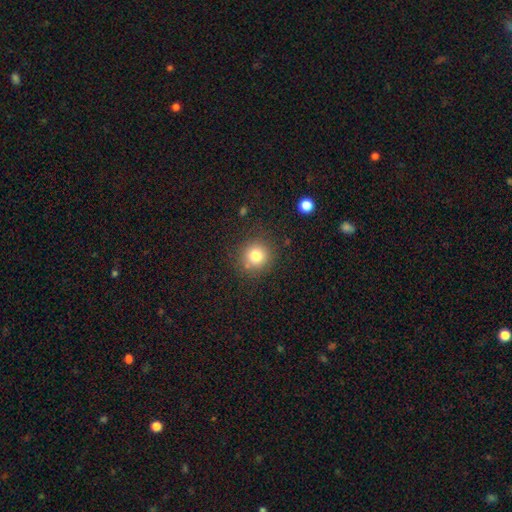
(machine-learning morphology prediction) type=smooth (80%); roundness=round (92%); merging=none (85%).